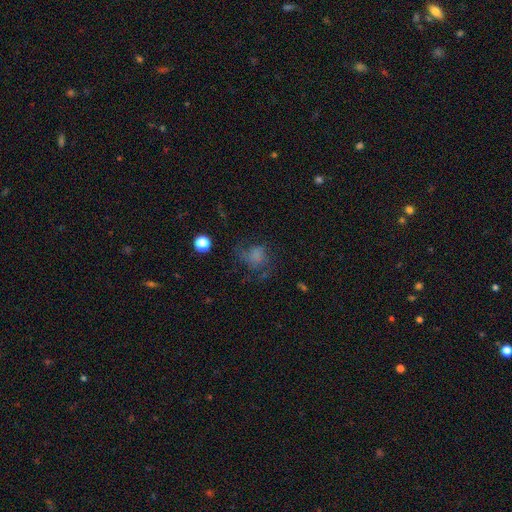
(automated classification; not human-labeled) Q: Smooth or featured?
A: smooth (58%); runner-up: featured or disk (27%)
Q: How rounded?
A: round (64%); runner-up: in between (34%)
Q: Merging?
A: none (47%); runner-up: major disturbance (28%)